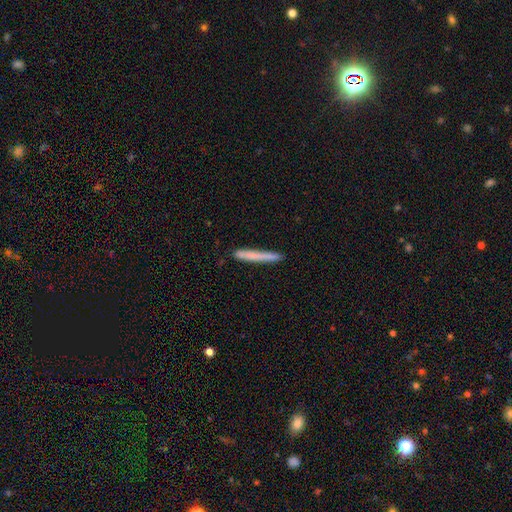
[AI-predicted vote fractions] This appears to be a smooth galaxy with no disk features (70%) that is cigar-shaped (97%). Merging: none (90%).